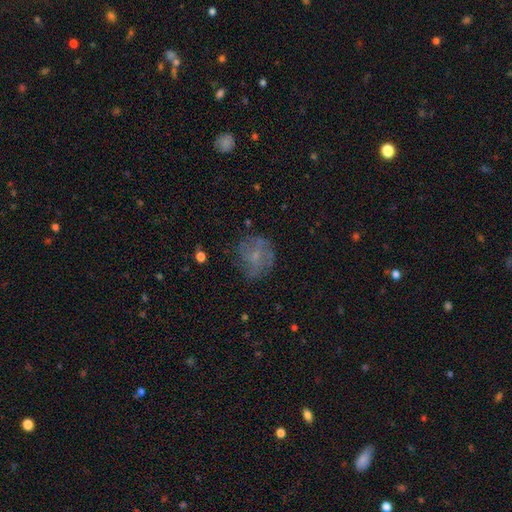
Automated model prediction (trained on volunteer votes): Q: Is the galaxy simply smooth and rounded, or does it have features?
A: featured or disk — 44%.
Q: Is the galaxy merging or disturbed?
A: none — 63%.